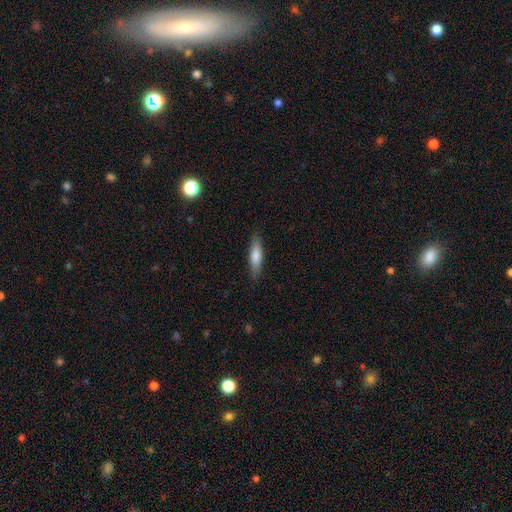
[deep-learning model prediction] smooth 74%, featured or disk 20%, star or artifact 6%. Down the decision tree: how rounded — cigar-shaped (75%); merging — none (86%).